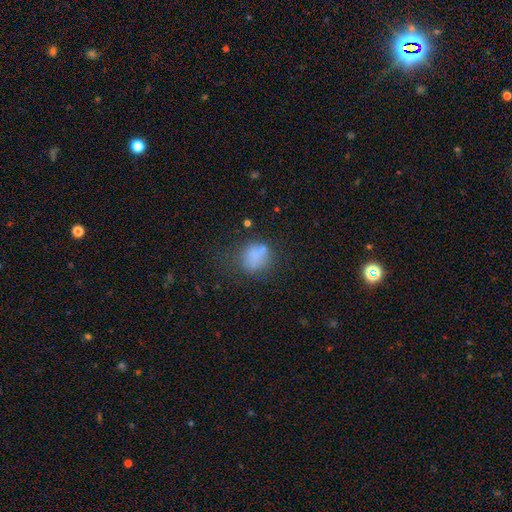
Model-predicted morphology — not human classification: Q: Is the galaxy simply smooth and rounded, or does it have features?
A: smooth — 74%.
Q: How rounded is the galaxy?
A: round — 68%.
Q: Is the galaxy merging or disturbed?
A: none — 54%.